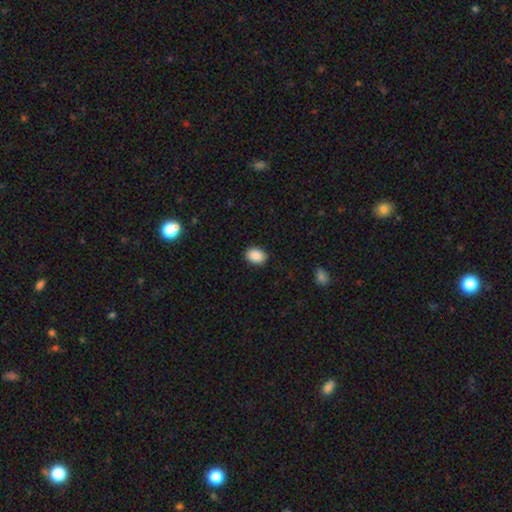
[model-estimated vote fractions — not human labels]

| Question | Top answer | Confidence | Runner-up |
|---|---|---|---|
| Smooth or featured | smooth | 88% | star or artifact (8%) |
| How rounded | in between | 71% | round (28%) |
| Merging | none | 88% | minor disturbance (9%) |